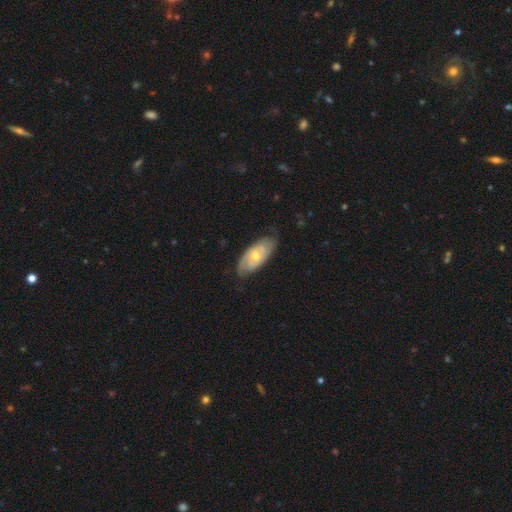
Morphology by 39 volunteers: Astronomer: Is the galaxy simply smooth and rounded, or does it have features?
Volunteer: featured or disk — 54% (runner-up: smooth, 41%).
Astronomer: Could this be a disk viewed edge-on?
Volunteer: no — 95%.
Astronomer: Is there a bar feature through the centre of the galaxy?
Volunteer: no — 85%.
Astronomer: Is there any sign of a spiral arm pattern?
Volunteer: yes — 75%.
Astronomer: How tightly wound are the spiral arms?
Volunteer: tight — 60% (runner-up: medium, 40%).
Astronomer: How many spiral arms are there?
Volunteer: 2 — 80%.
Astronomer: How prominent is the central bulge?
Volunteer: moderate — 55% (runner-up: small, 45%).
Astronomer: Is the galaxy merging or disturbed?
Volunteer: none — 76%.